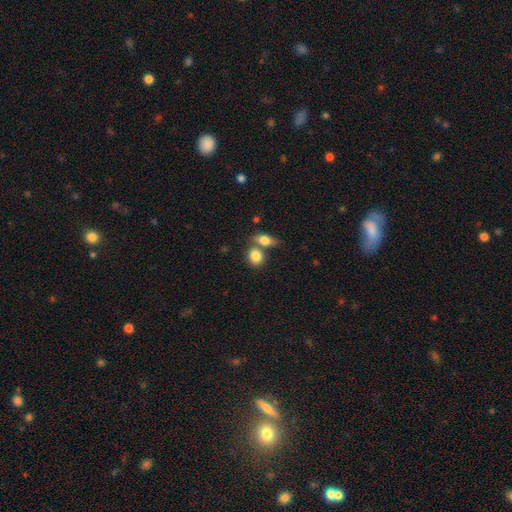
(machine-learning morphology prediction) Smooth or featured: smooth — 83% (featured or disk — 9%)
How rounded: round — 51% (in between — 46%)
Merging: none — 46% (merger — 41%)